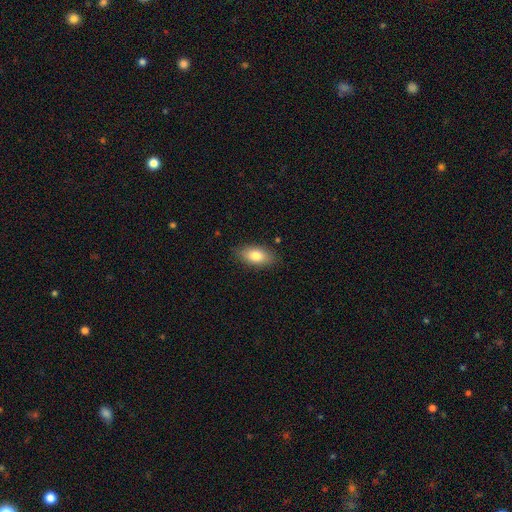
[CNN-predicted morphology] Q: Smooth or featured?
A: smooth (79%); runner-up: featured or disk (13%)
Q: How rounded?
A: in between (89%); runner-up: round (6%)
Q: Merging?
A: none (85%); runner-up: minor disturbance (11%)